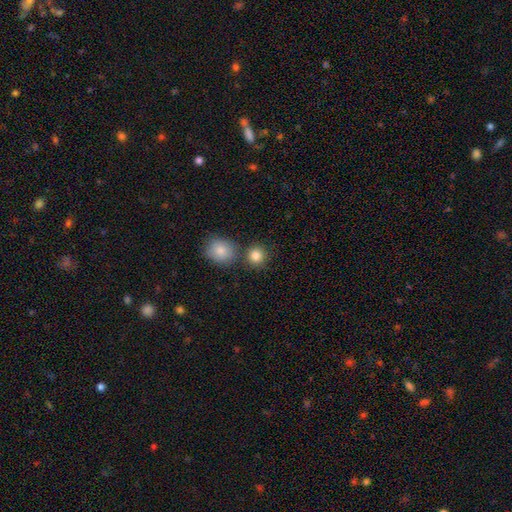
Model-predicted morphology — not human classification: Smooth or featured? Predicted: smooth (p=0.85). How rounded? Predicted: round (p=0.89). Merging? Predicted: none (p=0.73).